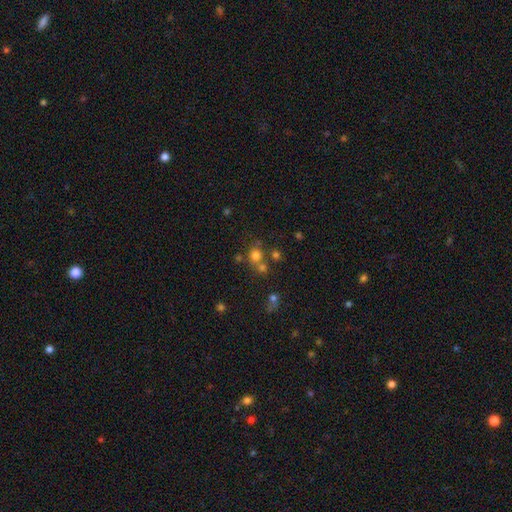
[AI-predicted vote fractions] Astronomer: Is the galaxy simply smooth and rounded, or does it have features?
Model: smooth — 71%.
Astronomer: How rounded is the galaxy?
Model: round — 85%.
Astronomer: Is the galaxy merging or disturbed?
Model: none — 56%.